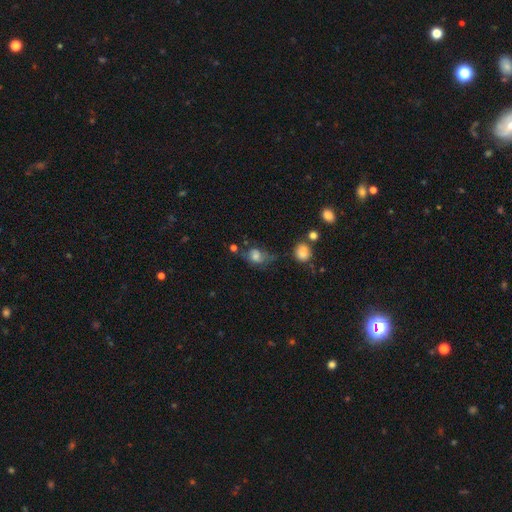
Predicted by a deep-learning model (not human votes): Smooth or featured? Predicted: smooth (p=0.68). How rounded? Predicted: in between (p=0.60). Merging? Predicted: none (p=0.40).